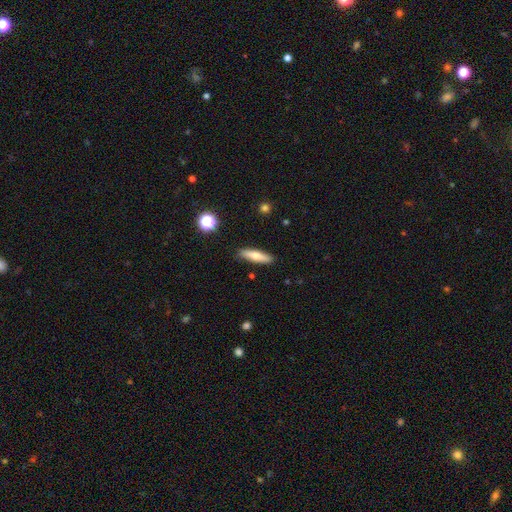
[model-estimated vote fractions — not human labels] Smooth or featured: smooth — 63% (featured or disk — 30%)
How rounded: cigar-shaped — 74% (in between — 24%)
Merging: none — 89% (minor disturbance — 8%)